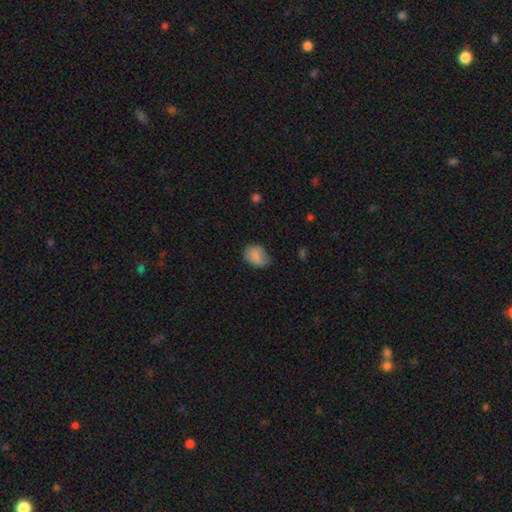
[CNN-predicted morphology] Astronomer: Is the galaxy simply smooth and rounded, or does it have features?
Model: smooth — 83%.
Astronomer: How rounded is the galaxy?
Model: in between — 67%.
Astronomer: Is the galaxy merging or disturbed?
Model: none — 60%.